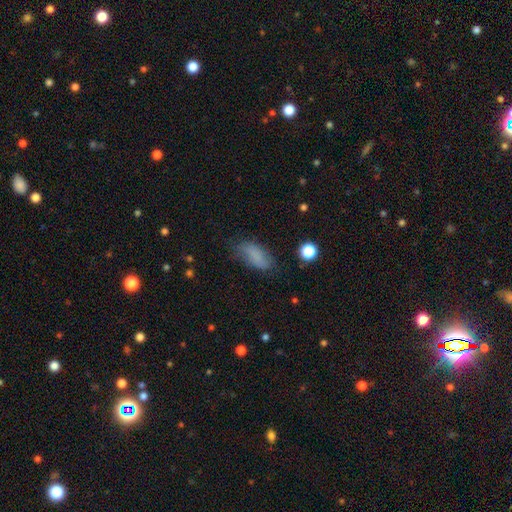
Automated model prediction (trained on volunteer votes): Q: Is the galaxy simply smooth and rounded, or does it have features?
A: smooth — 77%.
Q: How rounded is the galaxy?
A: in between — 86%.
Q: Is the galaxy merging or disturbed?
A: none — 63%.